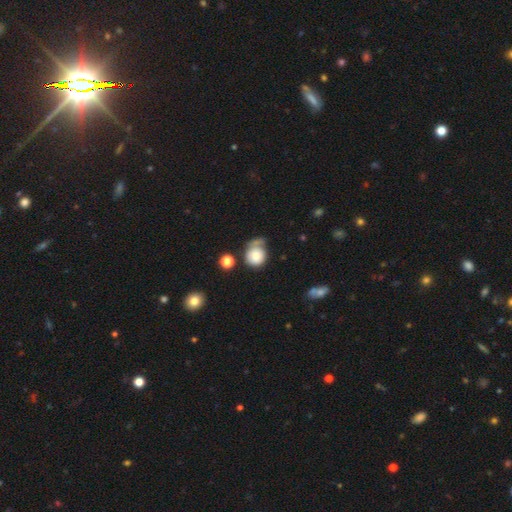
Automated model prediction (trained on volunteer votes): smooth-or-featured: smooth: 73% | featured or disk: 18% | star or artifact: 8%
  how-rounded: round: 76% | in between: 23% | cigar-shaped: 1%
  merging: none: 38% | minor disturbance: 27% | major disturbance: 19% | merger: 16%